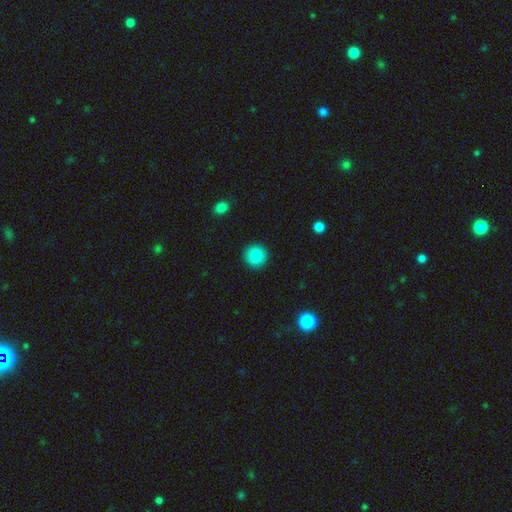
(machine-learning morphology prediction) Q: Smooth or featured?
A: smooth (88%); runner-up: star or artifact (8%)
Q: How rounded?
A: round (93%); runner-up: in between (7%)
Q: Merging?
A: none (91%); runner-up: minor disturbance (6%)